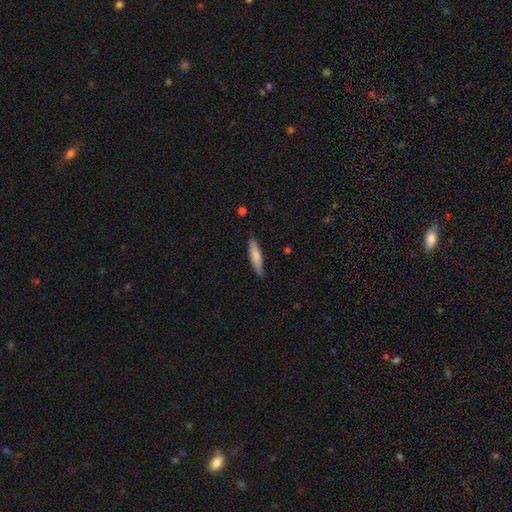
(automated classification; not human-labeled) Smooth or featured? smooth (75%)
How rounded? cigar-shaped (83%)
Merging? none (86%)